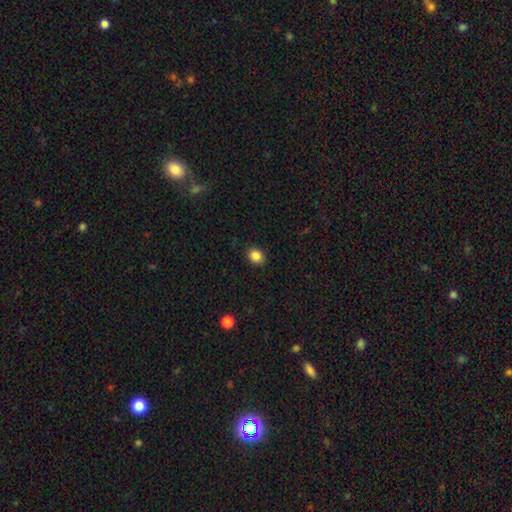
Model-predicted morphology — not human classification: Q: Smooth or featured?
A: smooth (86%); runner-up: star or artifact (10%)
Q: How rounded?
A: round (60%); runner-up: in between (39%)
Q: Merging?
A: none (90%); runner-up: minor disturbance (7%)